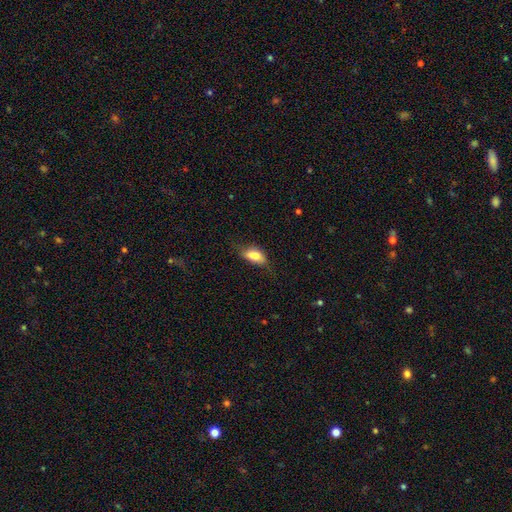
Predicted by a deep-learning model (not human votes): smooth 78%, featured or disk 14%, star or artifact 8%. Down the decision tree: how rounded — in between (88%); merging — none (54%).